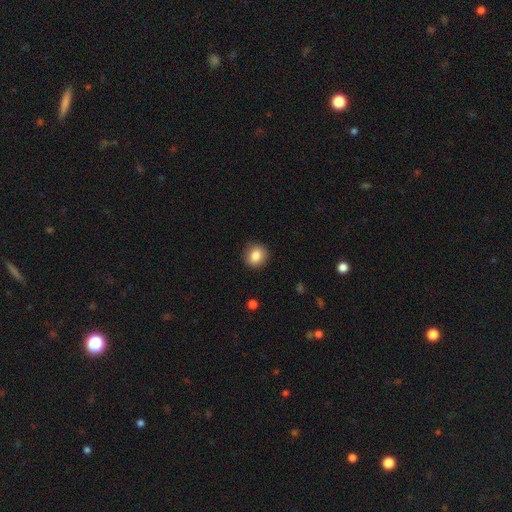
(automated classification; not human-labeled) This appears to be a smooth galaxy with no disk features (85%) that is round (83%). Merging: none (90%).